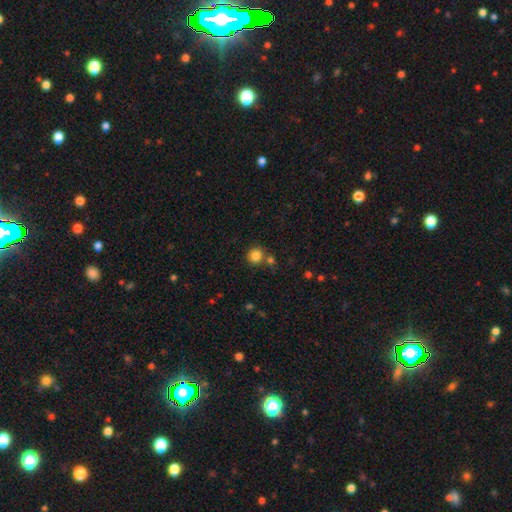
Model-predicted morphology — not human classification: Smooth or featured: smooth — 84% (star or artifact — 11%)
How rounded: round — 92% (in between — 8%)
Merging: none — 72% (merger — 15%)